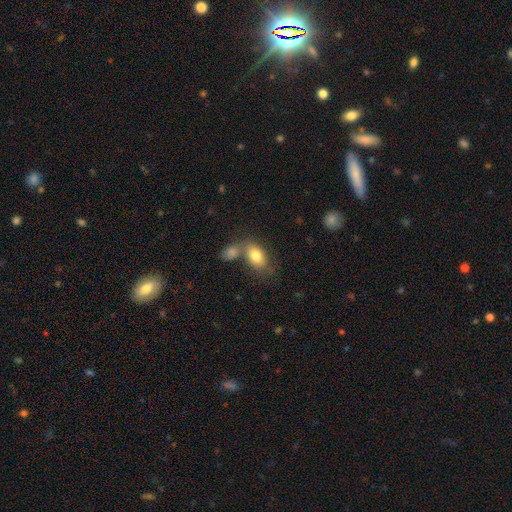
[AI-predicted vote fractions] smooth 79%, featured or disk 13%, star or artifact 8%. Down the decision tree: how rounded — in between (87%); merging — none (44%).